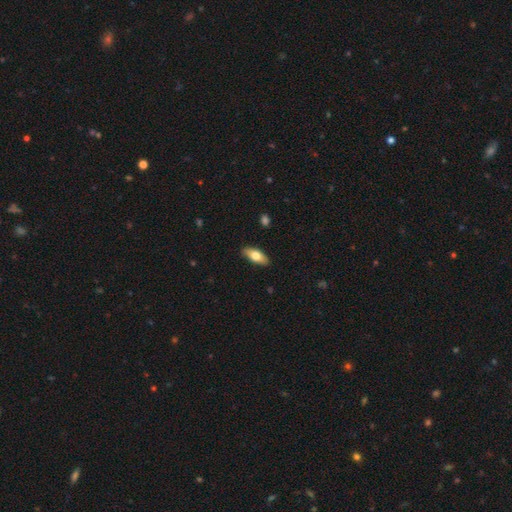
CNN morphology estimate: A smooth galaxy with no disk features (71%) that is in between round and cigar-shaped (80%).

Vote fractions:
- Smooth or featured? smooth: 71% / featured or disk: 23% / star or artifact: 6%
- How rounded? in between: 80% / cigar-shaped: 17% / round: 3%
- Merging? none: 88% / minor disturbance: 9% / major disturbance: 2% / merger: 1%